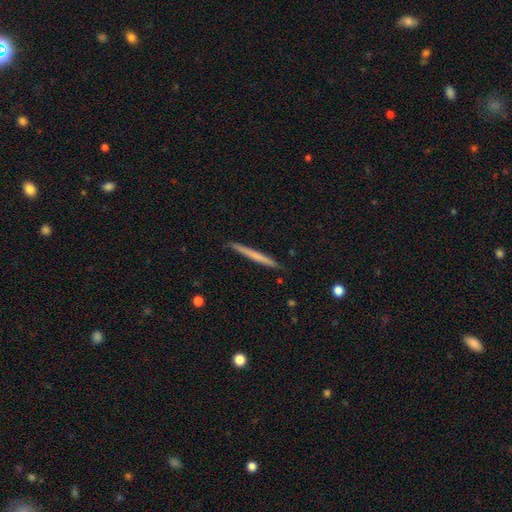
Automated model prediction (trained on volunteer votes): smooth-or-featured: smooth: 58% | featured or disk: 37% | star or artifact: 5%
  how-rounded: cigar-shaped: 97% | in between: 2% | round: 1%
  merging: none: 91% | minor disturbance: 7% | major disturbance: 1% | merger: 1%